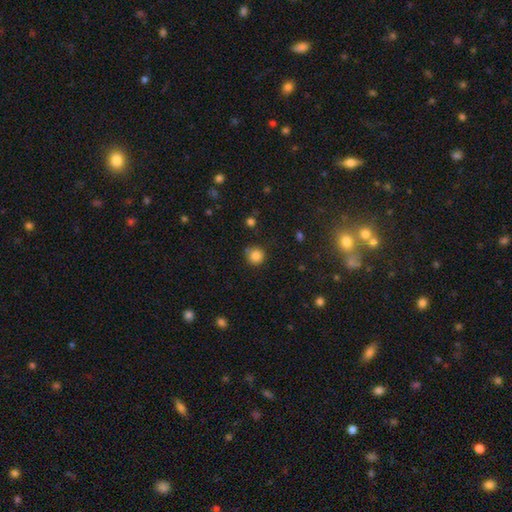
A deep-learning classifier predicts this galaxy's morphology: Overall: smooth (83%). How rounded: round (93%). Merging: none (80%).